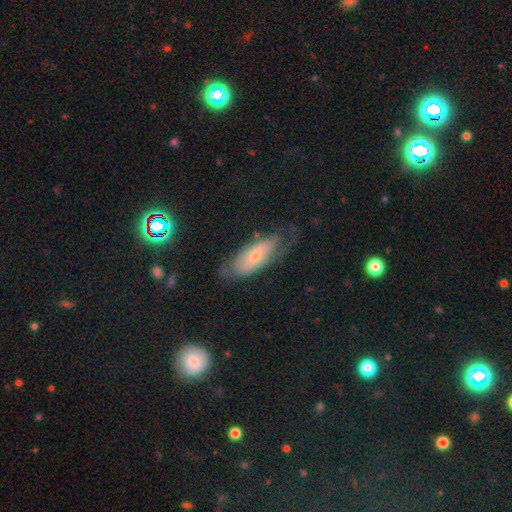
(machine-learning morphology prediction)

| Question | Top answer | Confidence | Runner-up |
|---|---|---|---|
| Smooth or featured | featured or disk | 55% | smooth (37%) |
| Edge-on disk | no | 81% | yes (19%) |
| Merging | none | 53% | minor disturbance (27%) |